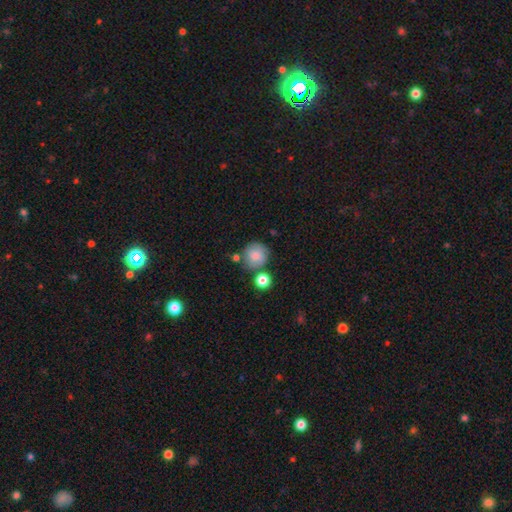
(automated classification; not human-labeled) smooth 81%, featured or disk 10%, star or artifact 9%. Down the decision tree: how rounded — round (90%); merging — none (66%).